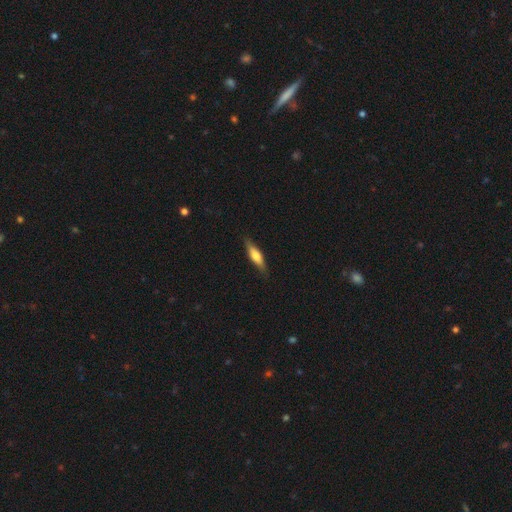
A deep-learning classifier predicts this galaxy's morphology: smooth_or_featured: smooth (p=0.57) [alt: featured or disk p=0.37]
how_rounded: cigar-shaped (p=0.65) [alt: in between p=0.32]
merging: none (p=0.84) [alt: minor disturbance p=0.13]